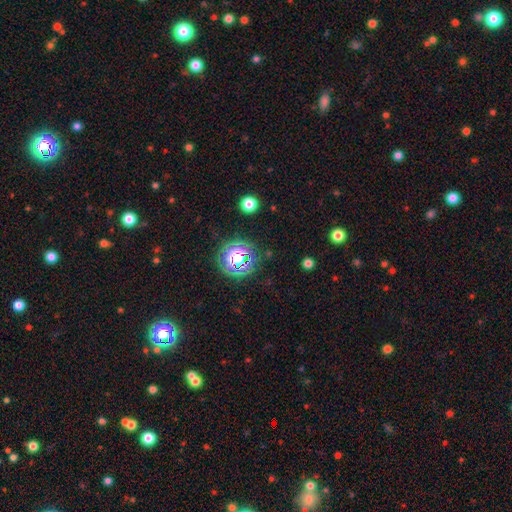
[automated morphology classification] Smooth or featured?
  - star or artifact: 75% *
  - smooth: 18%
  - featured or disk: 7%